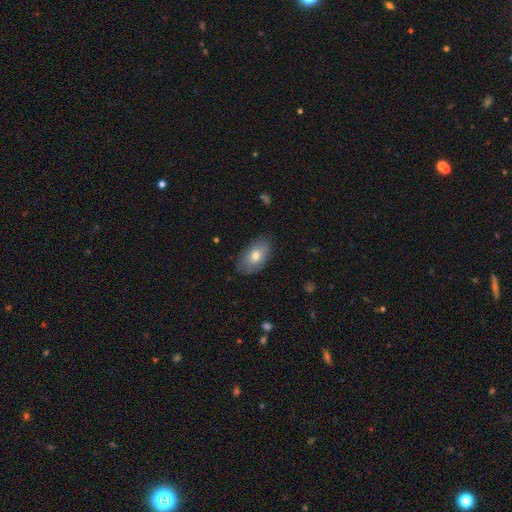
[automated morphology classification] smooth-or-featured: smooth: 74% | featured or disk: 19% | star or artifact: 7%
  how-rounded: in between: 92% | round: 7% | cigar-shaped: 2%
  merging: none: 82% | minor disturbance: 14% | major disturbance: 3% | merger: 1%